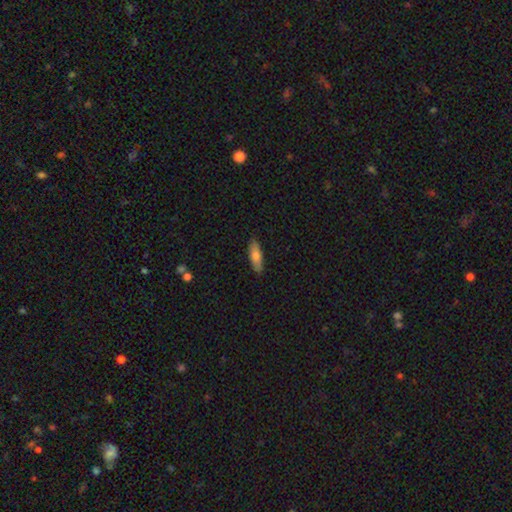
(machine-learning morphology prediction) The model was most divided on "how rounded": in between: 52%, cigar-shaped: 46%, round: 2%. More confident: merging — none (87%); smooth or featured — smooth (75%).